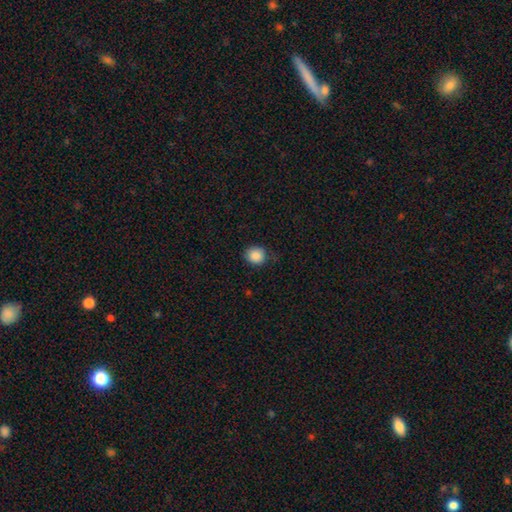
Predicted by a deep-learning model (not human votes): Smooth or featured: smooth — 87% (star or artifact — 9%)
How rounded: round — 86% (in between — 13%)
Merging: none — 82% (minor disturbance — 14%)